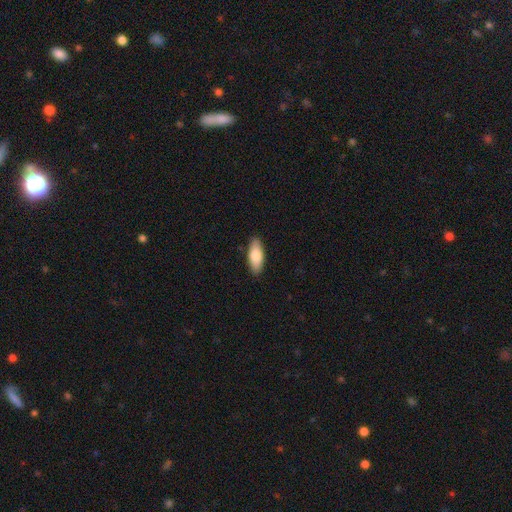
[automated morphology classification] Overall: smooth (84%). How rounded: in between (82%). Merging: none (88%).